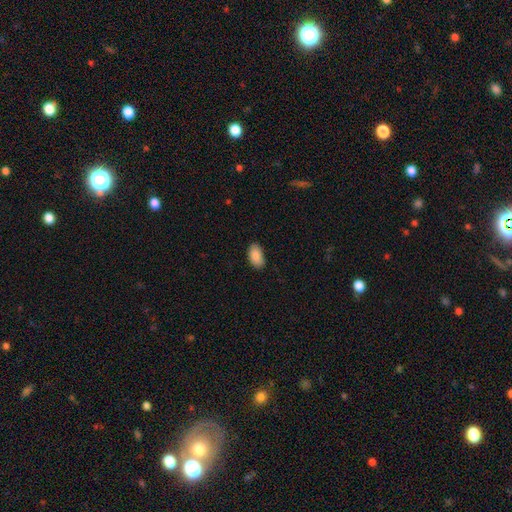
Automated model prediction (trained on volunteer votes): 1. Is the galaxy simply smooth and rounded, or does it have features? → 90% smooth, 7% star or artifact, 4% featured or disk.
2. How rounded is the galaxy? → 94% in between, 4% round, 2% cigar-shaped.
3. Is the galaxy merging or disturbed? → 83% none, 13% minor disturbance, 2% major disturbance, 1% merger.